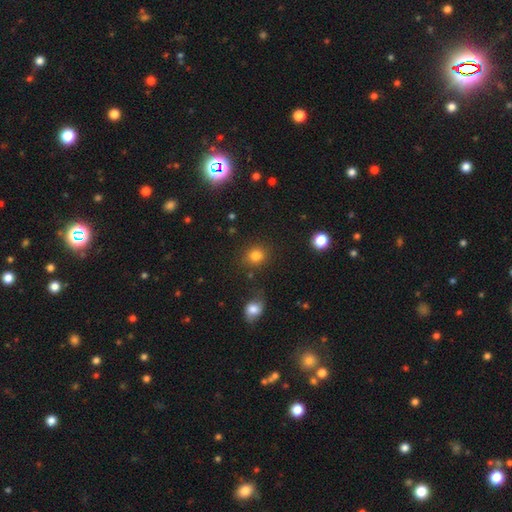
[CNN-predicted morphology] smooth 81%, star or artifact 13%, featured or disk 6%. Down the decision tree: how rounded — round (80%); merging — none (81%).